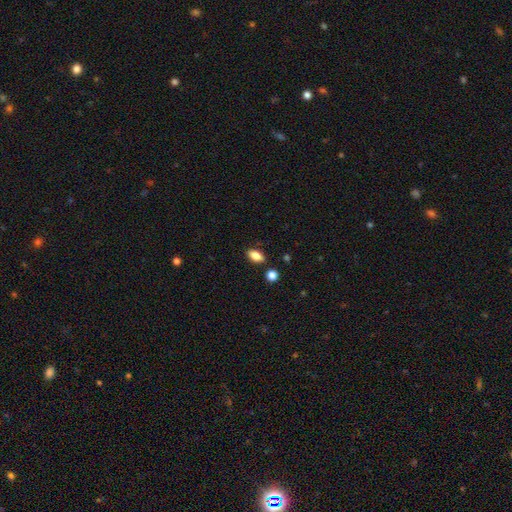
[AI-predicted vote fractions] Smooth or featured? smooth (83%)
How rounded? in between (89%)
Merging? none (85%)